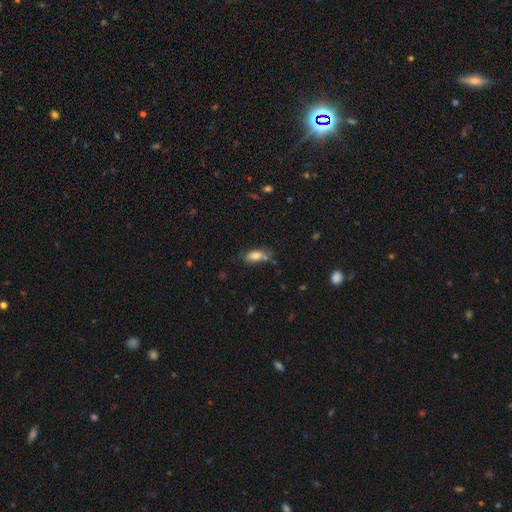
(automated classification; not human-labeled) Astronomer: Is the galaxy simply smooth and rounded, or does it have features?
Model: smooth — 80%.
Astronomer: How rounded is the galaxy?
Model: in between — 84%.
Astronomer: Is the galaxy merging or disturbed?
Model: none — 59%.